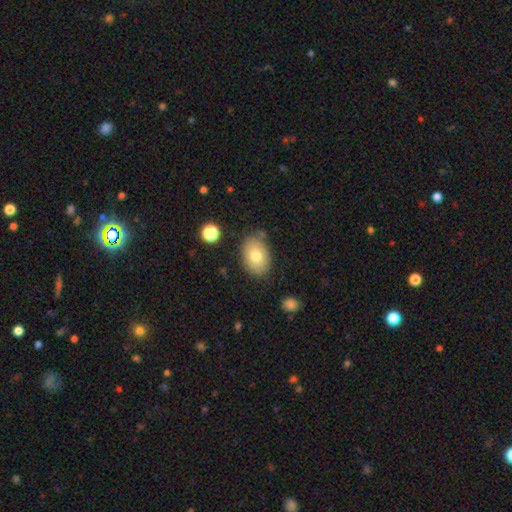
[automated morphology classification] Smooth or featured? smooth (76%)
How rounded? in between (85%)
Merging? none (79%)